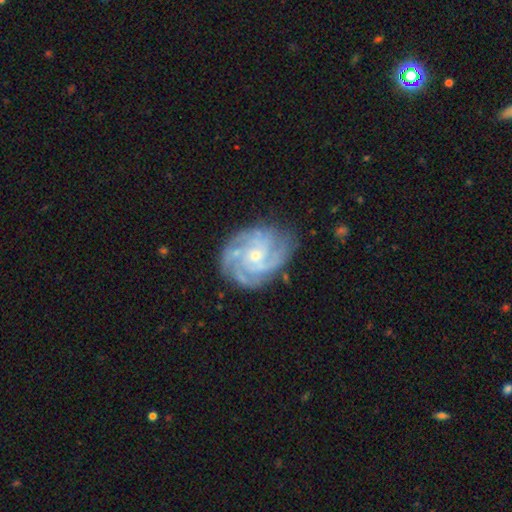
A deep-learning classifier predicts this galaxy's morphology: featured or disk 89%, smooth 6%, star or artifact 5%. Down the decision tree: edge-on disk — no (98%); bar — no (72%); spiral arms — yes (98%); spiral arm count — 4 (33%); spiral winding — tight (65%); bulge size — small (62%); merging — none (77%).